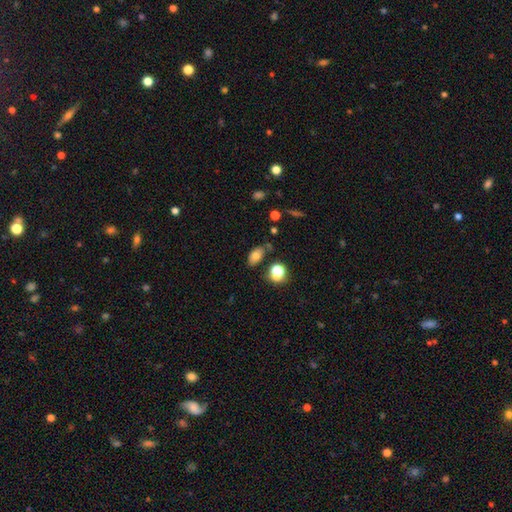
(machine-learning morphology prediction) Q: Smooth or featured?
A: smooth (75%); runner-up: featured or disk (13%)
Q: How rounded?
A: in between (86%); runner-up: round (11%)
Q: Merging?
A: none (64%); runner-up: minor disturbance (21%)